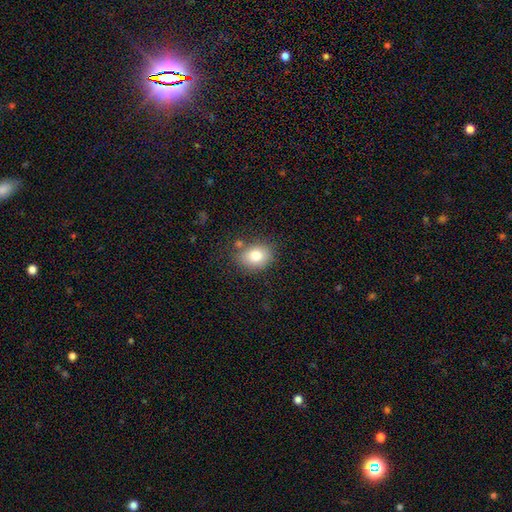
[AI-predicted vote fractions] Smooth or featured: smooth — 81% (featured or disk — 10%)
How rounded: in between — 61% (round — 38%)
Merging: none — 73% (minor disturbance — 17%)